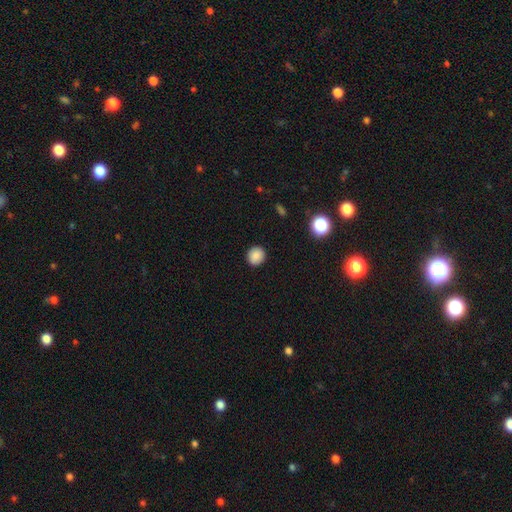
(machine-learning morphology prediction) This appears to be a smooth galaxy with no disk features (86%) that is round (85%). Merging: none (91%).